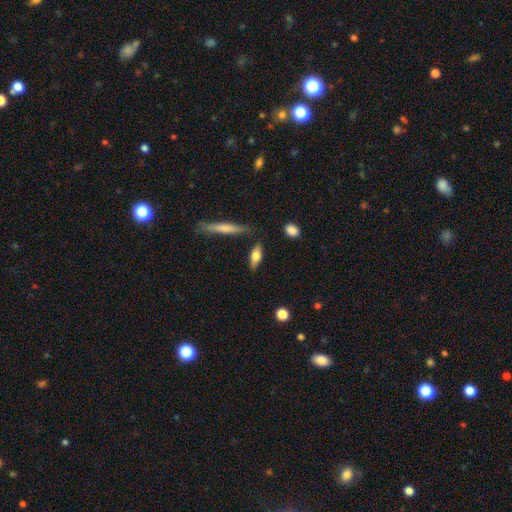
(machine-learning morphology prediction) smooth 61%, featured or disk 32%, star or artifact 7%. Down the decision tree: how rounded — in between (56%); merging — none (78%).